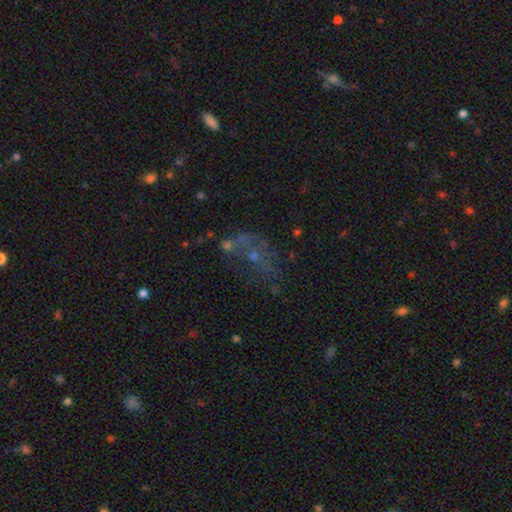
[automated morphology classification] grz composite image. It shows a featured or disk galaxy (36%). Merging: none (37%).